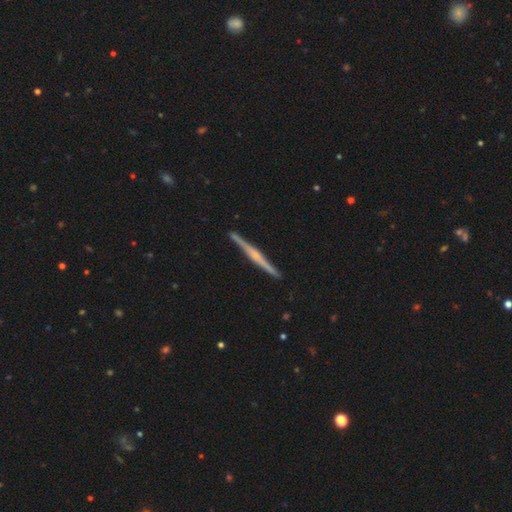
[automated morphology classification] The model was most divided on "edge-on bulge": rounded: 58%, none: 22%, boxy: 20%. More confident: edge-on disk — yes (98%); merging — none (91%); smooth or featured — featured or disk (79%).